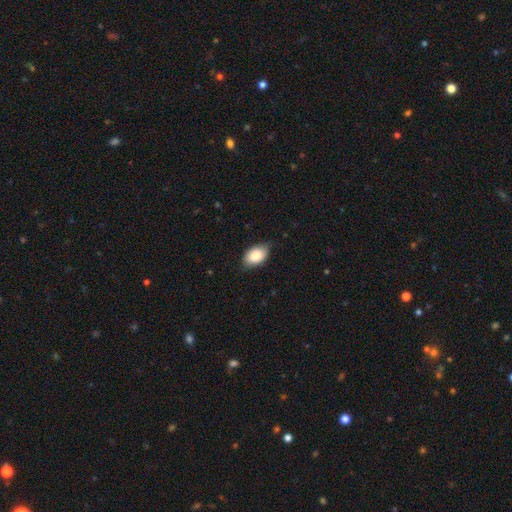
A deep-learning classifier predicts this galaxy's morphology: This is clearly a smooth galaxy (86%). How rounded: clearly in between (92%). Merging: likely none (75%).